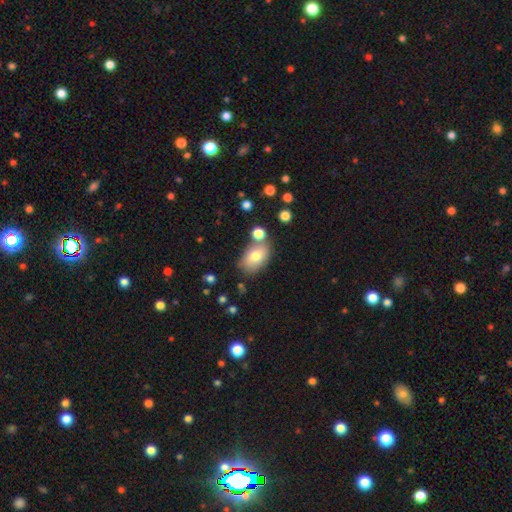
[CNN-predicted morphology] Smooth or featured? smooth (76%)
How rounded? in between (87%)
Merging? none (64%)